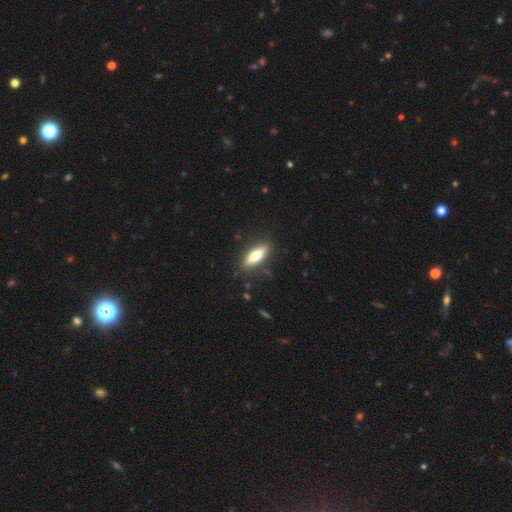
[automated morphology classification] smooth-or-featured: smooth: 56% | featured or disk: 38% | star or artifact: 6%
  how-rounded: cigar-shaped: 50% | in between: 47% | round: 3%
  merging: none: 86% | minor disturbance: 10% | major disturbance: 2% | merger: 1%